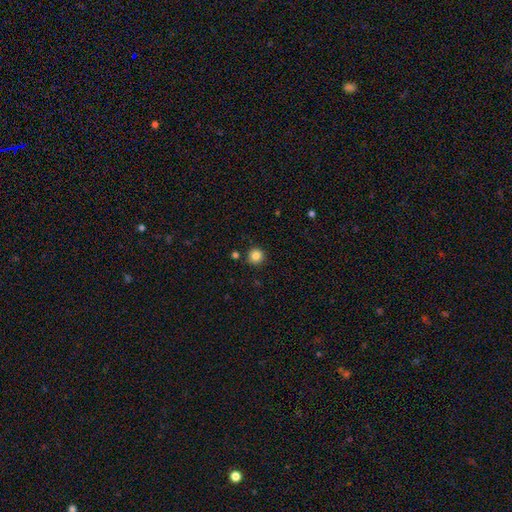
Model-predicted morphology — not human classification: Smooth or featured: smooth — 85% (star or artifact — 11%)
How rounded: round — 95% (in between — 4%)
Merging: none — 89% (minor disturbance — 6%)